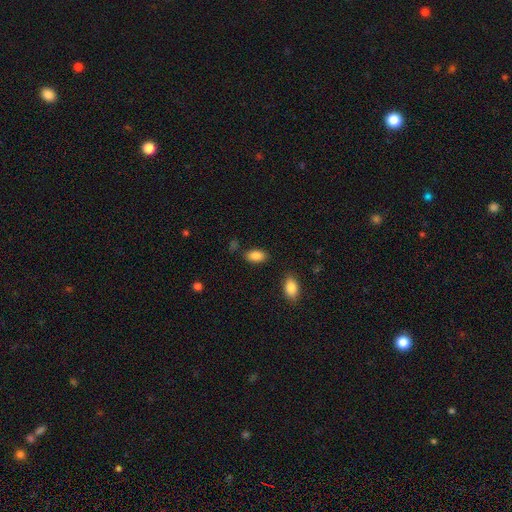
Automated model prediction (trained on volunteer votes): The model was most divided on "merging": none: 83%, minor disturbance: 11%, merger: 3%, major disturbance: 3%. More confident: how rounded — in between (93%); smooth or featured — smooth (87%).